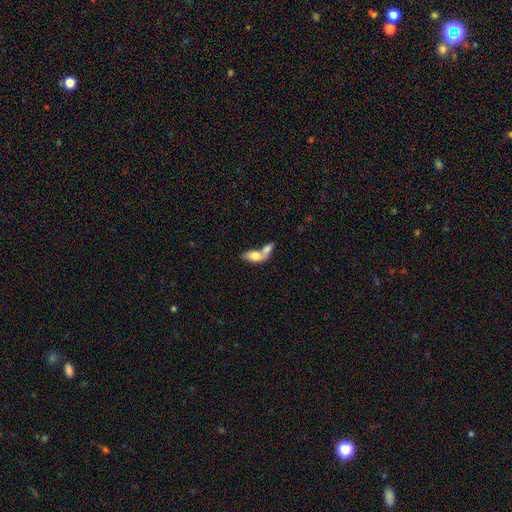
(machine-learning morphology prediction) Smooth or featured? Predicted: smooth (p=0.72). How rounded? Predicted: in between (p=0.85). Merging? Predicted: merger (p=0.73).